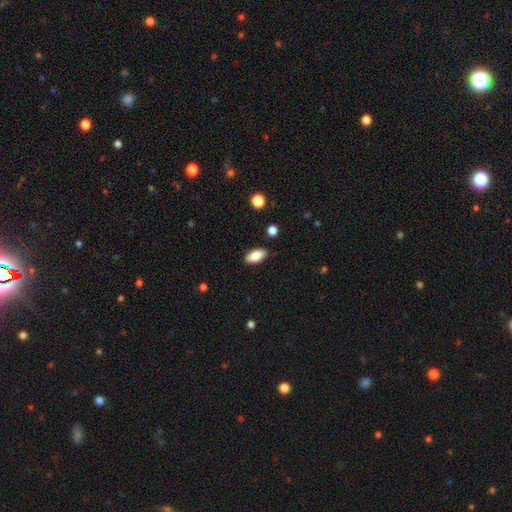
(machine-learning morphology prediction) type=smooth (84%); roundness=in between (90%); merging=none (87%).